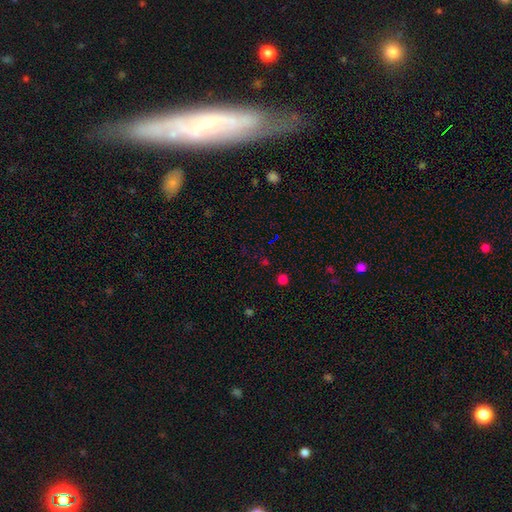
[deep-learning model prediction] smooth_or_featured: star or artifact (p=0.57) [alt: smooth p=0.36]